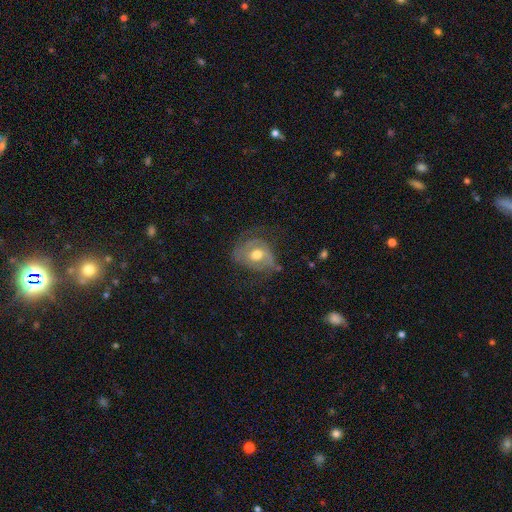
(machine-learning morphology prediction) The model was most divided on "bar": no: 57%, weak: 32%, strong: 11%. More confident: edge-on disk — no (96%); spiral arms — yes (76%); bulge size — moderate (75%); smooth or featured — featured or disk (65%); merging — none (55%).